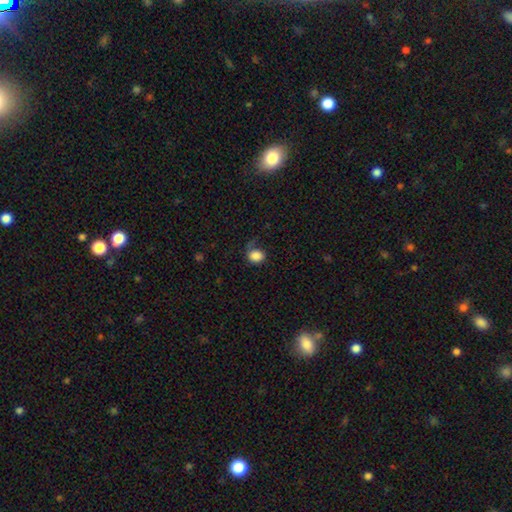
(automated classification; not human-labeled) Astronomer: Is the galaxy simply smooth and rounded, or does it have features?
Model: smooth — 85%.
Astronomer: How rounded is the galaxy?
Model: round — 56% (runner-up: in between, 43%).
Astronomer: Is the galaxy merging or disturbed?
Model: none — 50% (runner-up: minor disturbance, 27%).